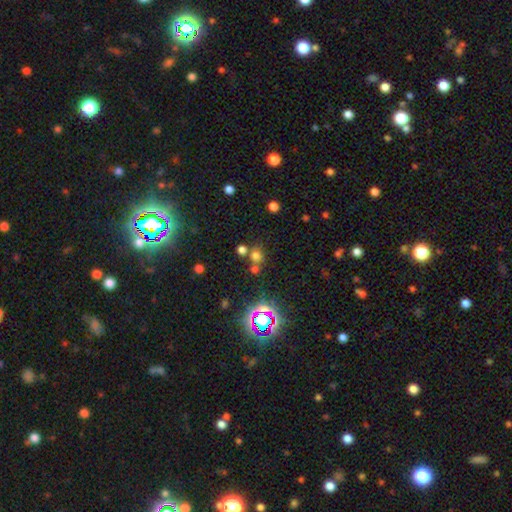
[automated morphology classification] smooth 61%, star or artifact 31%, featured or disk 8%. Down the decision tree: how rounded — round (84%); merging — none (65%).